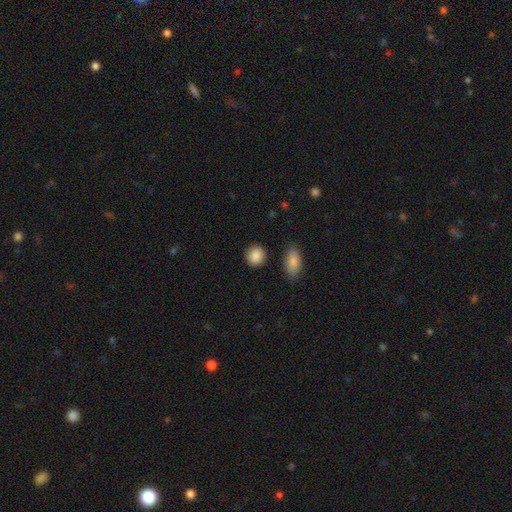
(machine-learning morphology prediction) smooth 89%, star or artifact 7%, featured or disk 4%. Down the decision tree: how rounded — round (82%); merging — none (87%).